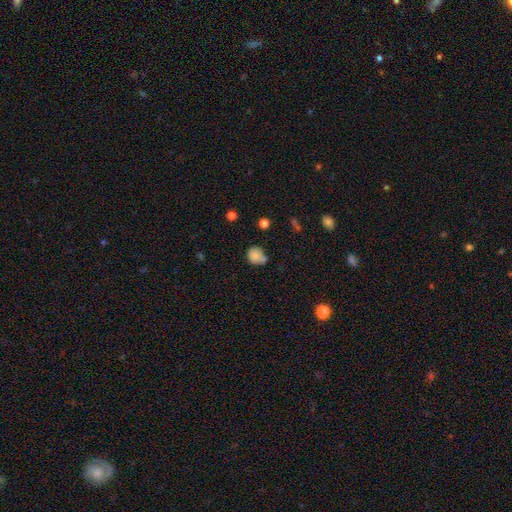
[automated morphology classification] This appears to be a smooth galaxy with no disk features (81%) that is round (69%). Merging: none (49%).